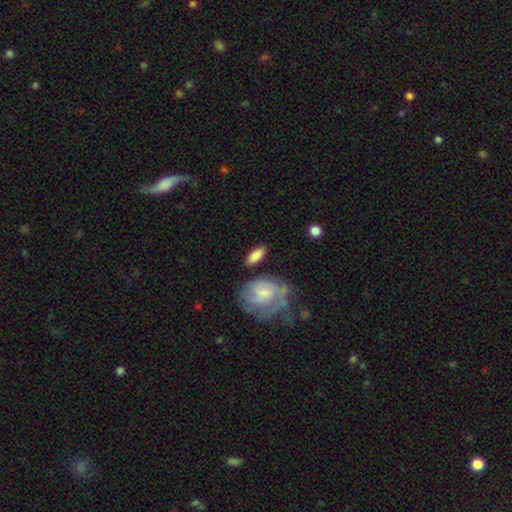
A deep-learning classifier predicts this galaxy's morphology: type=smooth (79%); roundness=in between (73%); merging=none (76%).